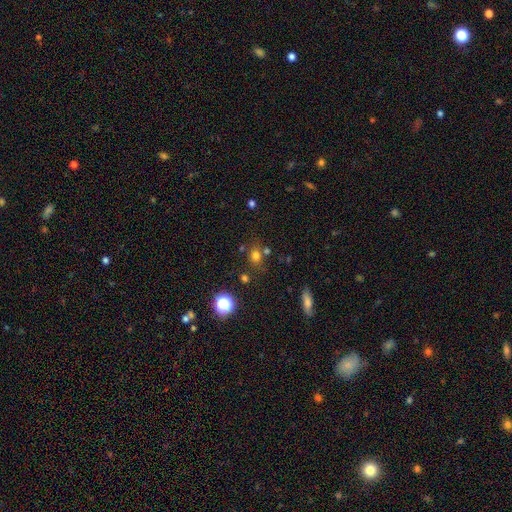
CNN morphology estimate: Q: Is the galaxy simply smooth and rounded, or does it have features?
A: smooth — 69%.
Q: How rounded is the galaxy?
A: round — 75%.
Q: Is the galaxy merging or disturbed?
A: none — 71%.